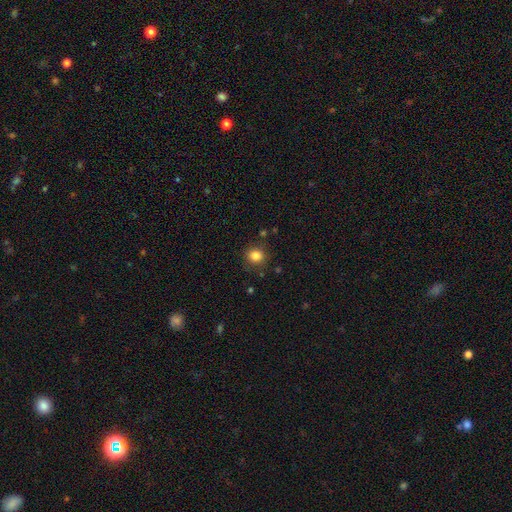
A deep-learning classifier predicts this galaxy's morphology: Q: Smooth or featured?
A: smooth (84%); runner-up: star or artifact (11%)
Q: How rounded?
A: round (85%); runner-up: in between (14%)
Q: Merging?
A: none (85%); runner-up: minor disturbance (10%)